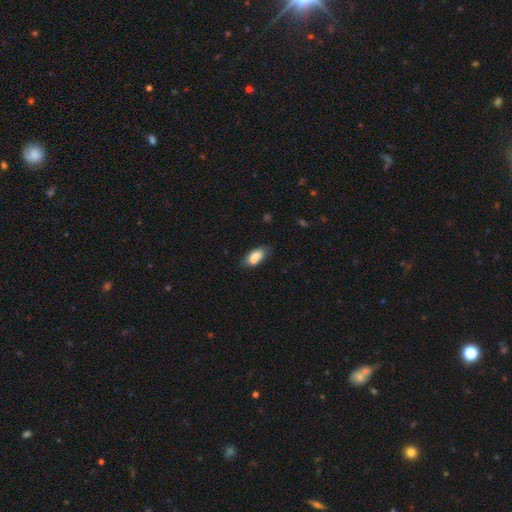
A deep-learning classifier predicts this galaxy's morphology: A smooth galaxy with no disk features (77%) that is in between round and cigar-shaped (87%).

Vote fractions:
- Smooth or featured? smooth: 77% / featured or disk: 15% / star or artifact: 8%
- How rounded? in between: 87% / cigar-shaped: 8% / round: 4%
- Merging? none: 55% / minor disturbance: 21% / merger: 18% / major disturbance: 6%